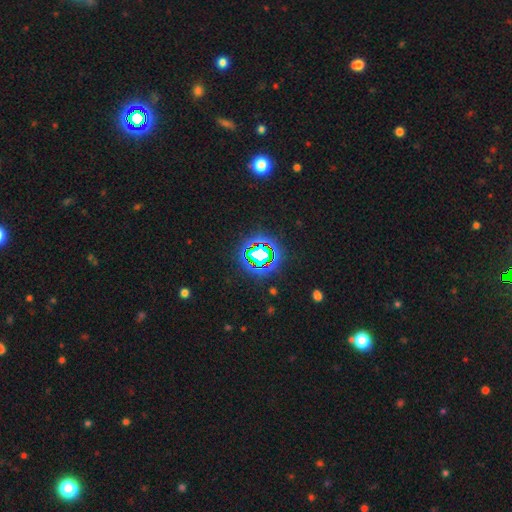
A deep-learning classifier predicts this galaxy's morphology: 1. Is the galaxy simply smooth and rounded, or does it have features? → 80% star or artifact, 13% smooth, 7% featured or disk.